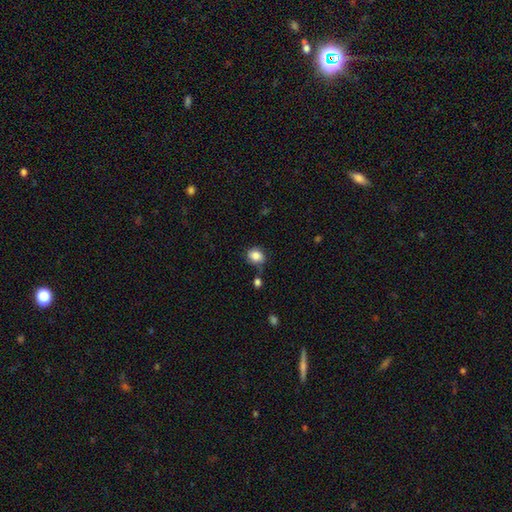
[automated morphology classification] Smooth or featured? smooth (84%)
How rounded? round (60%)
Merging? none (66%)